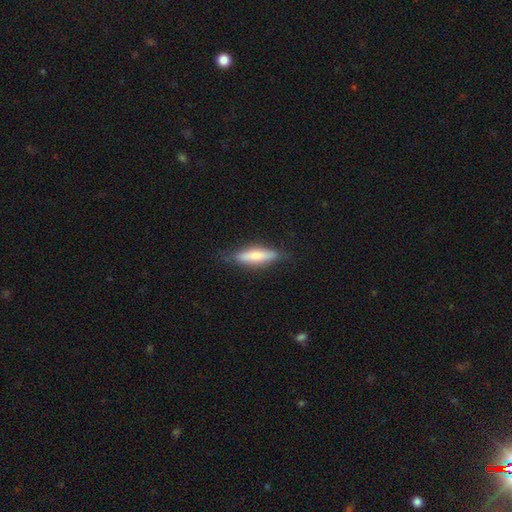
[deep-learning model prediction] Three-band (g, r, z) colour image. It shows a smooth galaxy with no disk features (68%) that is cigar-shaped (68%). Merging: none (79%).